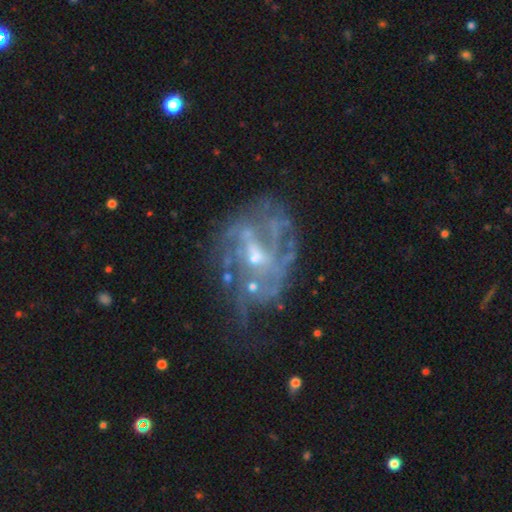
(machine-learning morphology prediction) A featured or disk galaxy (79%) with no bar (46%), medium (38%) spiral arms (69%) and a small central bulge (59%).

Vote fractions:
- Smooth or featured? featured or disk: 79% / star or artifact: 12% / smooth: 9%
- Edge-on disk? no: 97% / yes: 3%
- Bar? no: 46% / weak: 43% / strong: 11%
- Spiral arms? yes: 69% / no: 31%
- Spiral winding? medium: 38% / tight: 32% / loose: 29%
- Spiral arm count? can't tell: 49% / 2: 18% / 3: 13% / 4: 9% / 1: 6% / more than 4: 6%
- Bulge size? small: 59% / moderate: 30% / none: 8% / large: 2% / dominant: 1%
- Merging? none: 47% / major disturbance: 25% / minor disturbance: 22% / merger: 5%